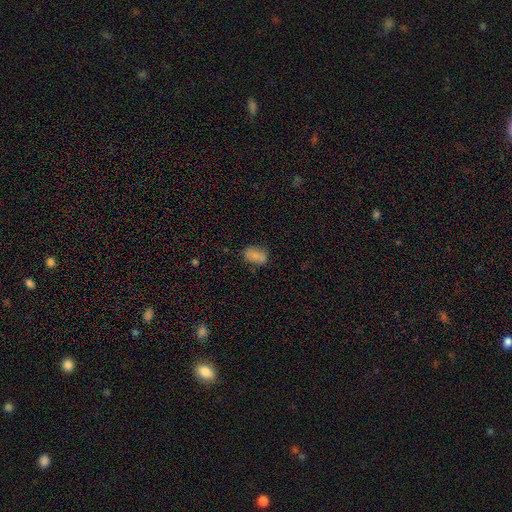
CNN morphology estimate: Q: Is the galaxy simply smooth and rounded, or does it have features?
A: smooth — 81%.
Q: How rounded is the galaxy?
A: in between — 88%.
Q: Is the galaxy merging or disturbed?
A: none — 69%.